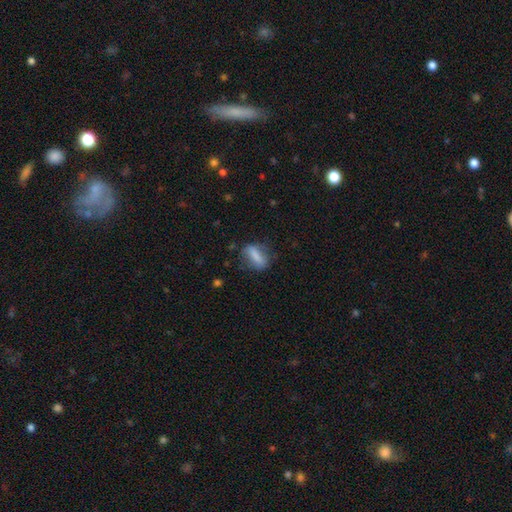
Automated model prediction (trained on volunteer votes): A smooth galaxy with no disk features (69%) that is in between round and cigar-shaped (59%). Merging: none (69%).